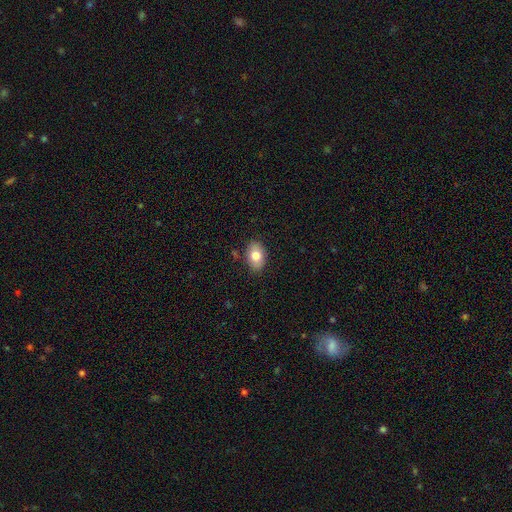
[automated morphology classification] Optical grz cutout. It shows a smooth galaxy with no disk features (79%) that is in between round and cigar-shaped (86%). Merging: none (85%).